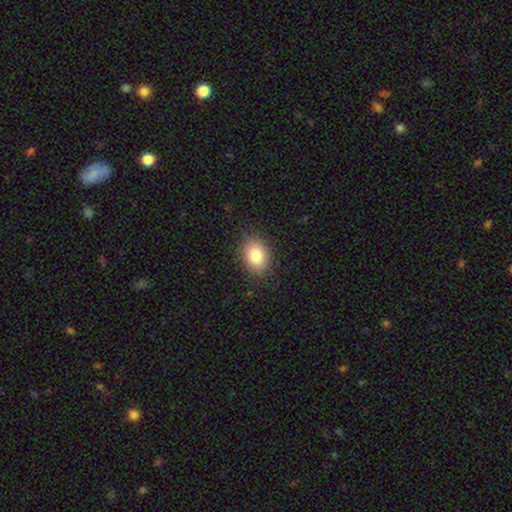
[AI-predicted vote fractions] Morphology: type=smooth (83%); roundness=in between (75%); merging=none (85%).